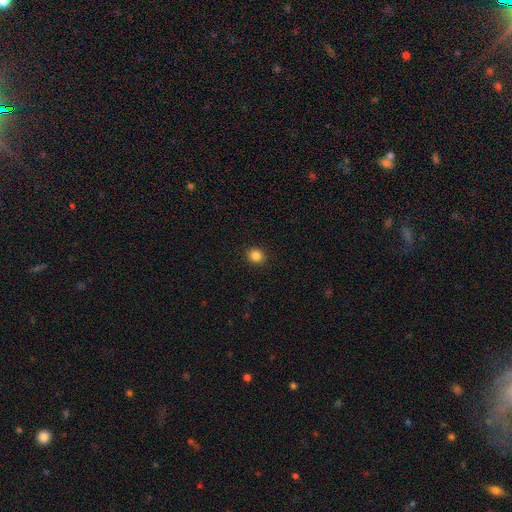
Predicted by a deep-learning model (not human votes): smooth 85%, star or artifact 11%, featured or disk 4%. Down the decision tree: how rounded — round (84%); merging — none (92%).